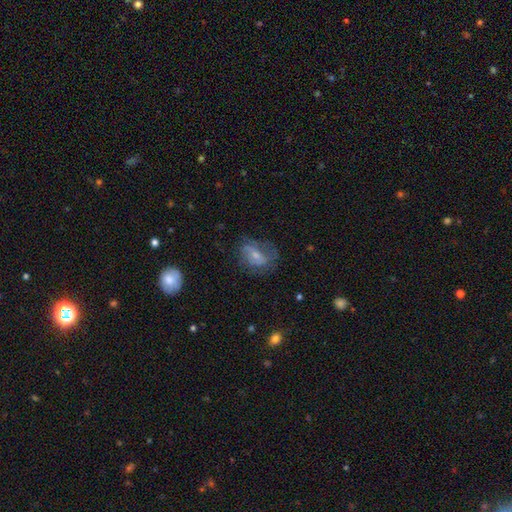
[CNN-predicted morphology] Q: Smooth or featured?
A: featured or disk (50%); runner-up: smooth (40%)
Q: Edge-on disk?
A: no (95%); runner-up: yes (5%)
Q: Merging?
A: none (48%); runner-up: minor disturbance (25%)